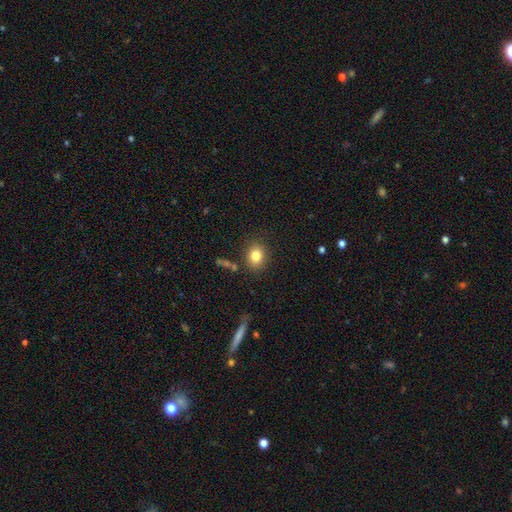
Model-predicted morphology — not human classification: A smooth galaxy with no disk features (81%) that is round (60%).

Vote fractions:
- Smooth or featured? smooth: 81% / star or artifact: 11% / featured or disk: 8%
- How rounded? round: 60% / in between: 39% / cigar-shaped: 1%
- Merging? none: 84% / minor disturbance: 9% / merger: 3% / major disturbance: 3%